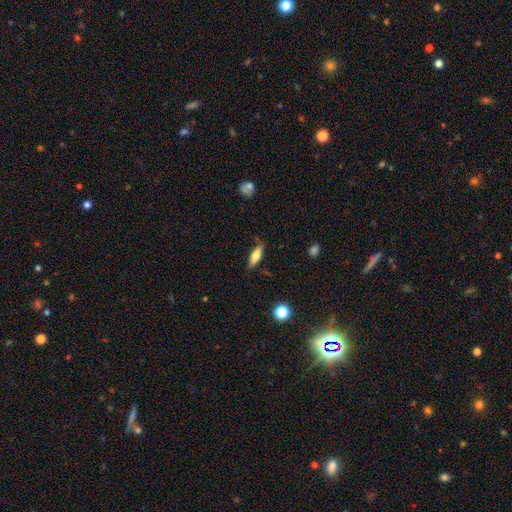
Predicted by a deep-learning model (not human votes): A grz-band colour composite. It shows a smooth galaxy with no disk features (72%) that is in between round and cigar-shaped (58%). Merging: none (82%).